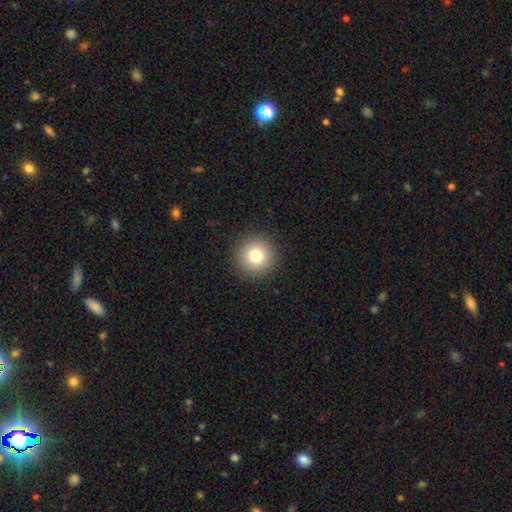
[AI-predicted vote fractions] Q: Smooth or featured?
A: smooth (79%); runner-up: star or artifact (12%)
Q: How rounded?
A: round (96%); runner-up: in between (3%)
Q: Merging?
A: none (92%); runner-up: minor disturbance (5%)